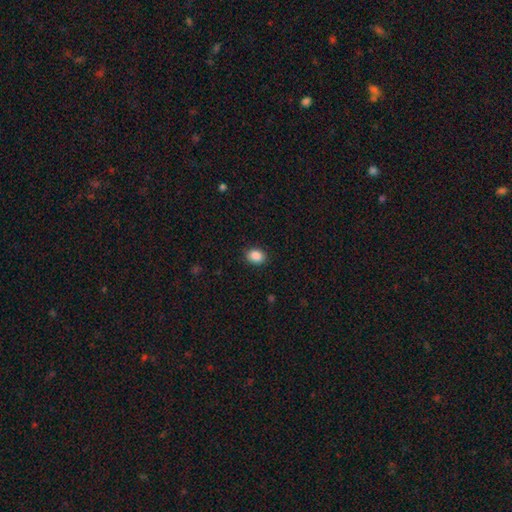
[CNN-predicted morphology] This is clearly a smooth galaxy (88%). How rounded: possibly in between (60%). Merging: clearly none (89%).